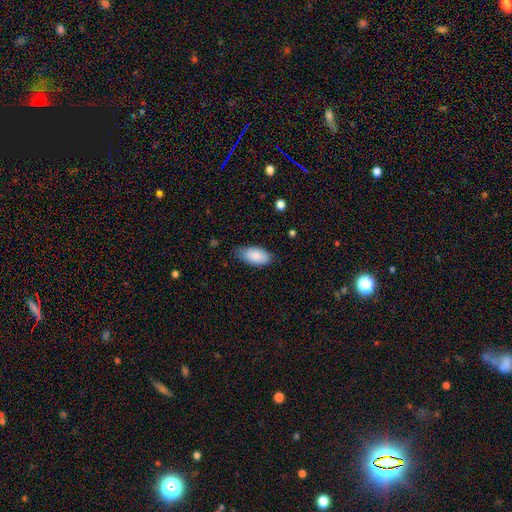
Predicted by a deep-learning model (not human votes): Q: Smooth or featured?
A: smooth (86%); runner-up: featured or disk (7%)
Q: How rounded?
A: in between (94%); runner-up: cigar-shaped (4%)
Q: Merging?
A: none (70%); runner-up: minor disturbance (25%)